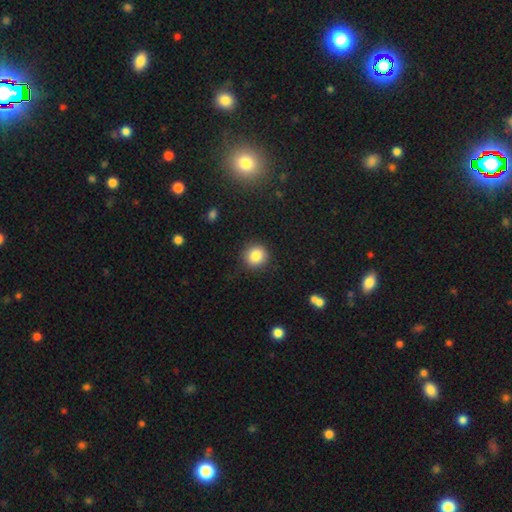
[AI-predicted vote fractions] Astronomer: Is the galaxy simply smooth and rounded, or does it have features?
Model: smooth — 84%.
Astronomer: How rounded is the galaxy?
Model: round — 86%.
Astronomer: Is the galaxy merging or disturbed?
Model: none — 88%.